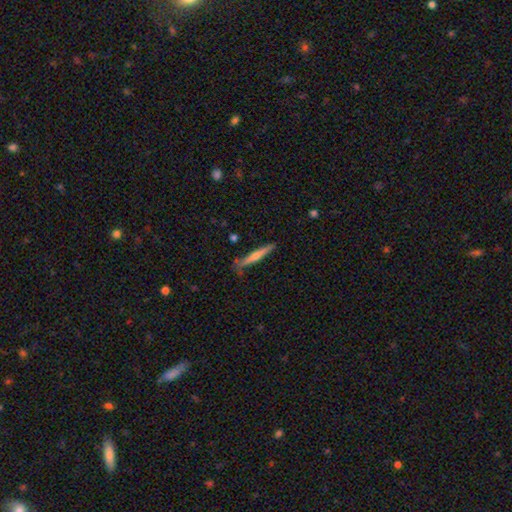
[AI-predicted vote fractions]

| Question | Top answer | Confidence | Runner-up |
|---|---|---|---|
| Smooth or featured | featured or disk | 51% | smooth (44%) |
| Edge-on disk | yes | 96% | no (4%) |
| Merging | none | 80% | minor disturbance (14%) |